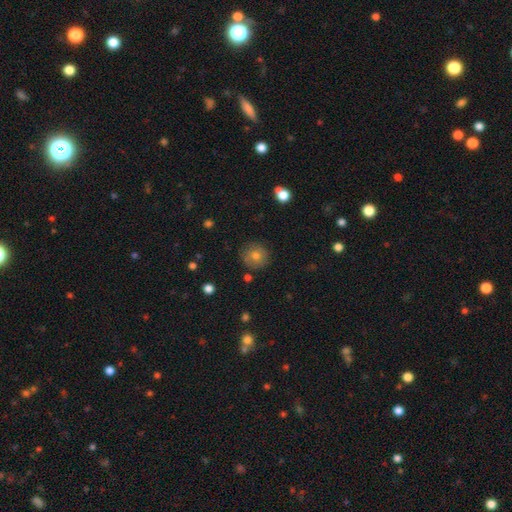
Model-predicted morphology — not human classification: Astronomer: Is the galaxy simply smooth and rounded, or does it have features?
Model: smooth — 73%.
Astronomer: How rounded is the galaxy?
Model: round — 92%.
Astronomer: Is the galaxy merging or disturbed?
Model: none — 87%.